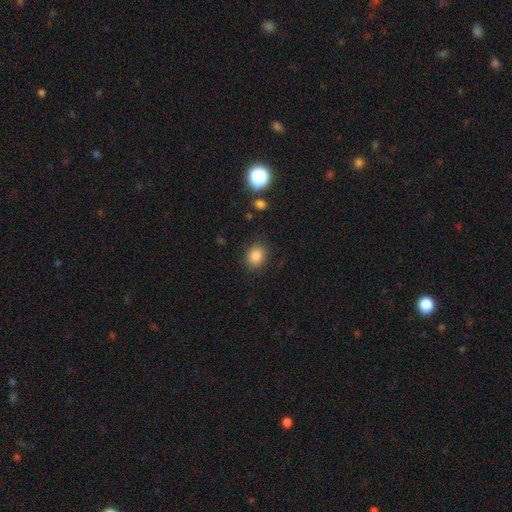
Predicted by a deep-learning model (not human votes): Smooth or featured: smooth — 85% (star or artifact — 11%)
How rounded: round — 55% (in between — 44%)
Merging: none — 86% (minor disturbance — 9%)